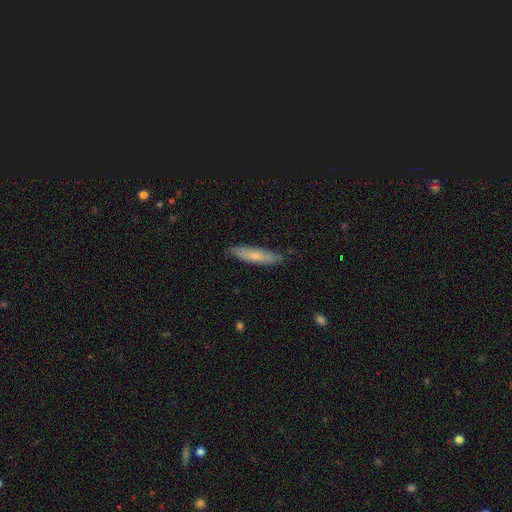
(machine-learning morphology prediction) Q: Smooth or featured?
A: smooth (65%); runner-up: featured or disk (29%)
Q: How rounded?
A: cigar-shaped (77%); runner-up: in between (22%)
Q: Merging?
A: none (80%); runner-up: minor disturbance (16%)